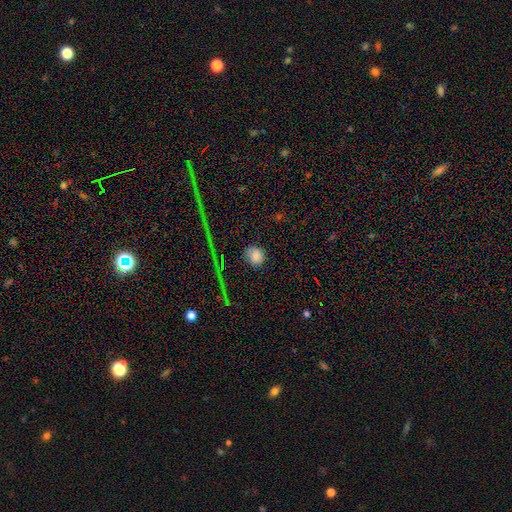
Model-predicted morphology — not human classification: Smooth or featured?
  - smooth: 79% *
  - star or artifact: 14%
  - featured or disk: 7%
How rounded?
  - round: 84% *
  - in between: 14%
  - cigar-shaped: 1%
Merging?
  - none: 79% *
  - minor disturbance: 14%
  - major disturbance: 5%
  - merger: 2%